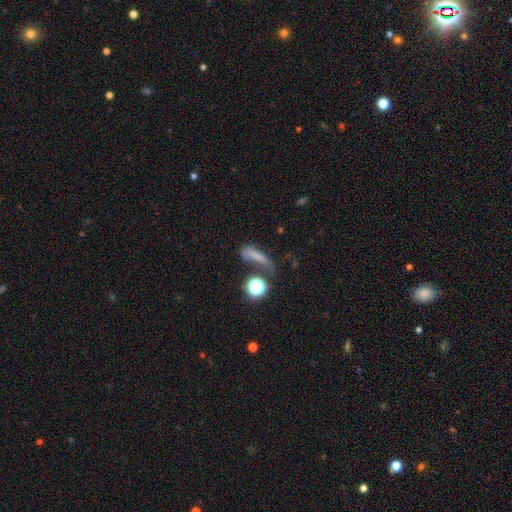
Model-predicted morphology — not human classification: This appears to be a smooth galaxy with no disk features (63%) that is cigar-shaped (51%). Merging: none (41%).